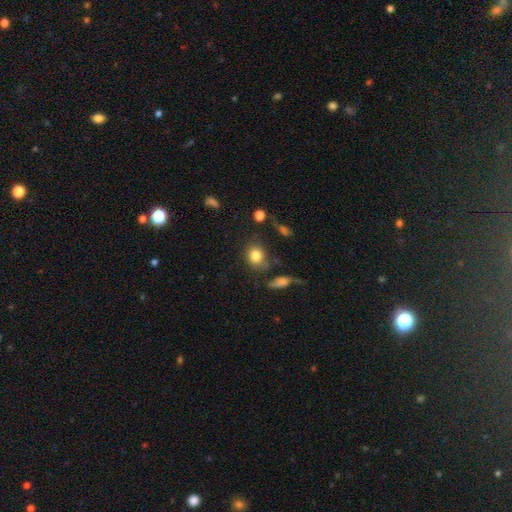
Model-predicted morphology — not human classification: The model was most divided on "how rounded": round: 60%, in between: 39%, cigar-shaped: 2%. More confident: smooth or featured — smooth (82%); merging — none (64%).